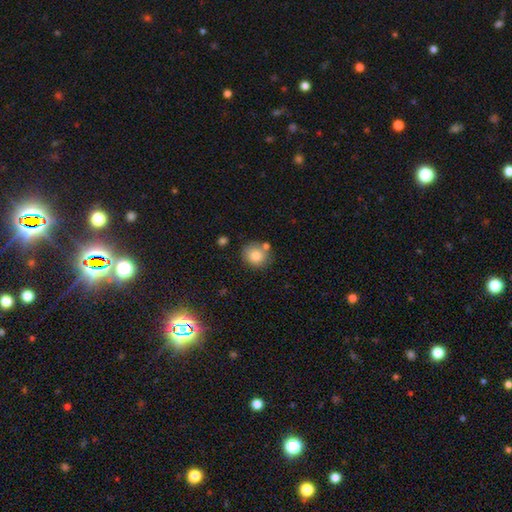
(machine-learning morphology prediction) A smooth galaxy with no disk features (84%) that is round (85%). Merging: none (71%).